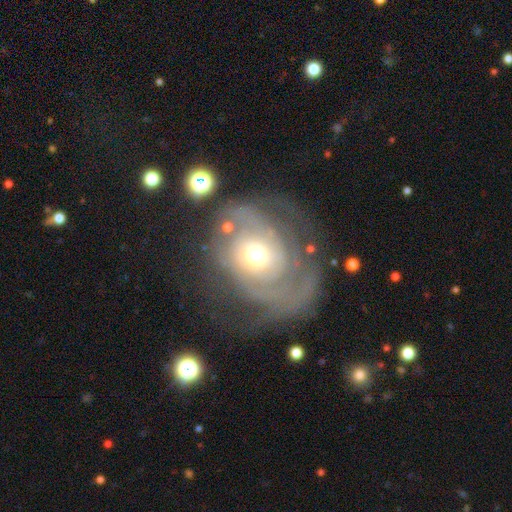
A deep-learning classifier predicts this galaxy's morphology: Overall: featured or disk (75%). Edge-on disk: no (97%). Bar: no (79%). Spiral arms: yes (79%). Spiral arm count: 2 (43%; can't tell 28%). Spiral winding: tight (43%; medium 35%). Bulge size: moderate (68%). Merging: major disturbance (40%; none 38%).